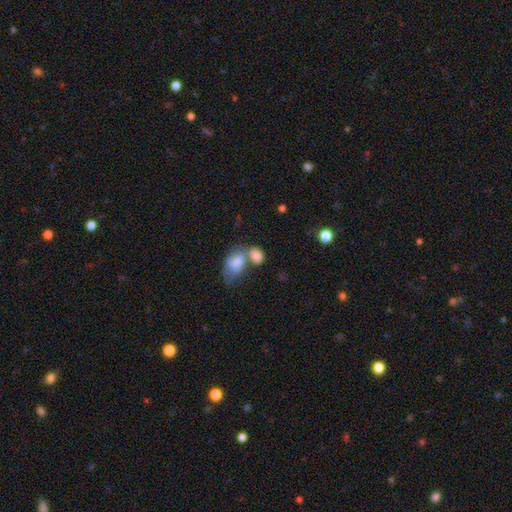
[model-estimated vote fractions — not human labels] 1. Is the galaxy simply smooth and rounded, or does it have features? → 79% smooth, 13% featured or disk, 8% star or artifact.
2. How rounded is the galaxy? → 78% in between, 20% round, 2% cigar-shaped.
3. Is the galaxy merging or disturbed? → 58% merger, 24% none, 11% minor disturbance, 7% major disturbance.